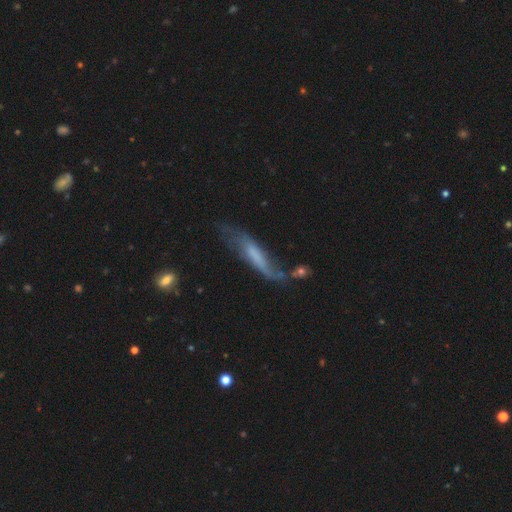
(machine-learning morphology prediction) This appears to be a featured or disk galaxy (48%). Merging: none (38%).